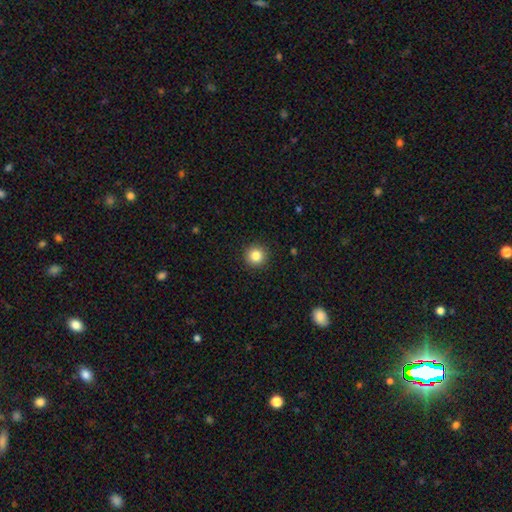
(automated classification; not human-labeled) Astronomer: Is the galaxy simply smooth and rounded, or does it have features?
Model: smooth — 83%.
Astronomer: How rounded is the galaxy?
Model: round — 95%.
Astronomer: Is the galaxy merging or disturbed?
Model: none — 93%.